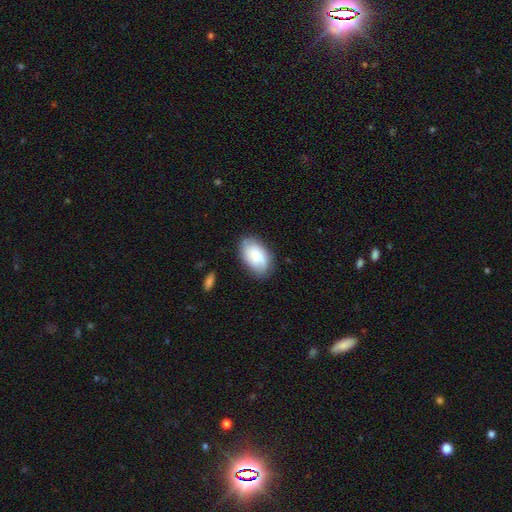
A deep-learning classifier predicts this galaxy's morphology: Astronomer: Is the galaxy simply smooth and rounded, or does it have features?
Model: smooth — 71%.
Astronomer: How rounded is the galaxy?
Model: in between — 91%.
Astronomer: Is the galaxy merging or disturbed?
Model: none — 74%.